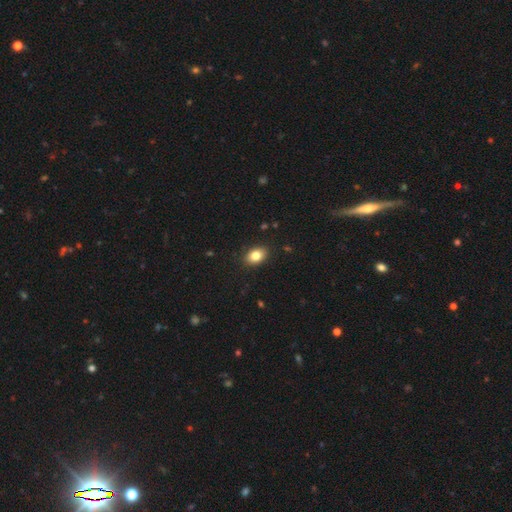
Overall: smooth (87%). How rounded: in between (82%). Merging: none (89%).